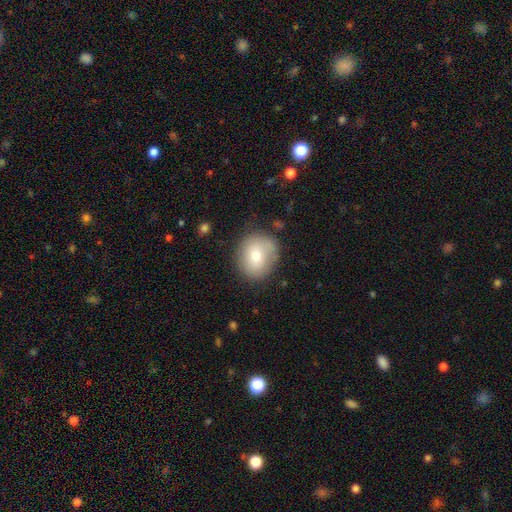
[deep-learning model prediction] Overall: smooth (73%). How rounded: round (79%). Merging: none (77%).